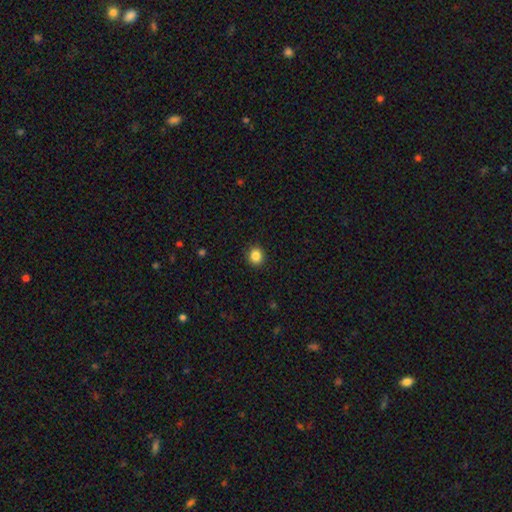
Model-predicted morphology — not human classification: A smooth galaxy with no disk features (86%) that is round (80%). Merging: none (91%).